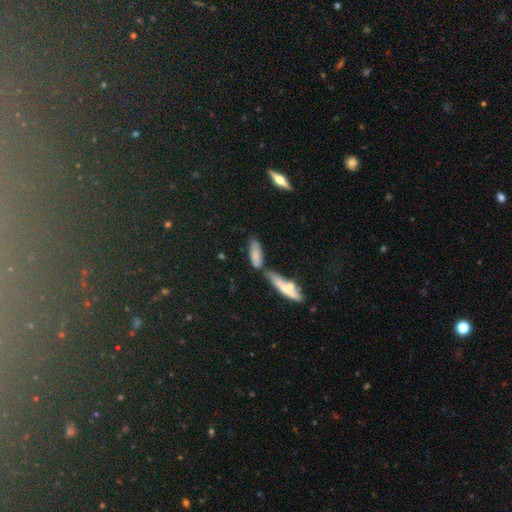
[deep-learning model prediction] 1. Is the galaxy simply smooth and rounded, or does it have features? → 75% smooth, 17% featured or disk, 8% star or artifact.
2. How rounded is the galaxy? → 59% in between, 39% cigar-shaped, 2% round.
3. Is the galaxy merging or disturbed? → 43% none, 35% merger, 17% minor disturbance, 6% major disturbance.